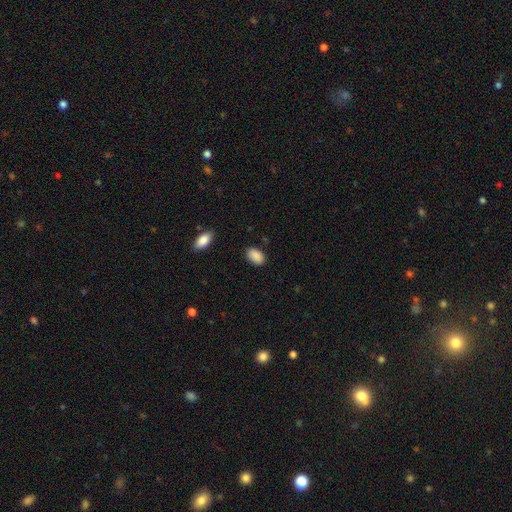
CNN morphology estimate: Smooth or featured: smooth — 89% (star or artifact — 7%)
How rounded: in between — 91% (round — 8%)
Merging: none — 84% (minor disturbance — 12%)